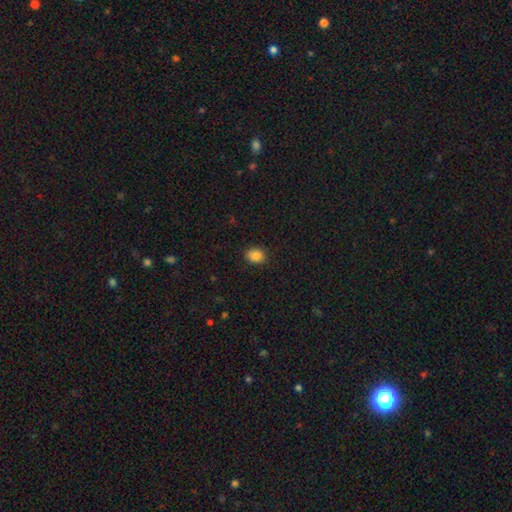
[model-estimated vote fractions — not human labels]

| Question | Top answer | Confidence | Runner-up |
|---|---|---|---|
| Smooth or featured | smooth | 85% | star or artifact (10%) |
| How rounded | round | 51% | in between (48%) |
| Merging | none | 86% | minor disturbance (11%) |